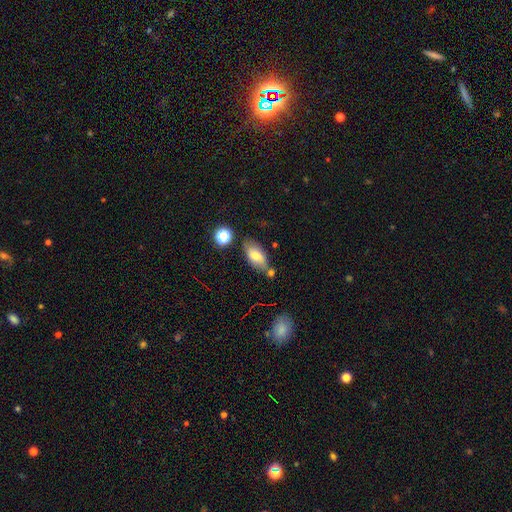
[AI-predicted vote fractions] A smooth galaxy with no disk features (72%) that is in between round and cigar-shaped (89%).

Vote fractions:
- Smooth or featured? smooth: 72% / featured or disk: 18% / star or artifact: 10%
- How rounded? in between: 89% / cigar-shaped: 7% / round: 5%
- Merging? none: 62% / minor disturbance: 21% / merger: 12% / major disturbance: 5%